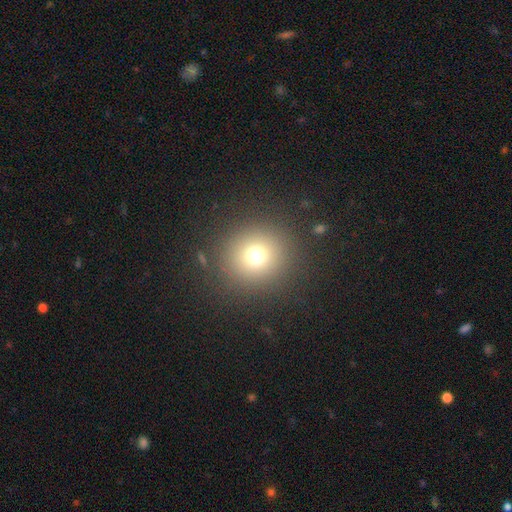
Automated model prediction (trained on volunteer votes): Smooth or featured?
  - smooth: 73% *
  - star or artifact: 17%
  - featured or disk: 10%
How rounded?
  - round: 93% *
  - in between: 6%
  - cigar-shaped: 1%
Merging?
  - none: 89% *
  - minor disturbance: 6%
  - major disturbance: 4%
  - merger: 2%